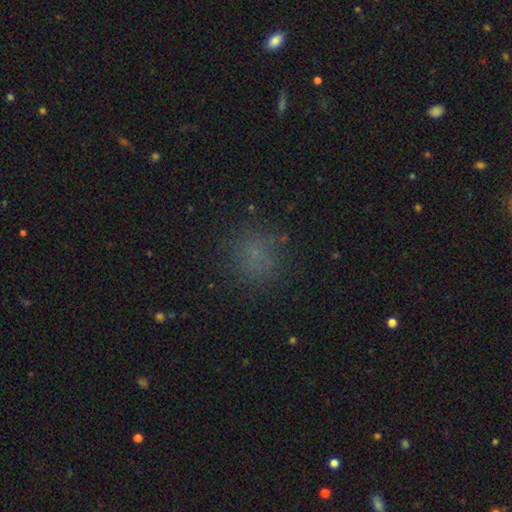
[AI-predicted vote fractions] smooth_or_featured: smooth (p=0.68) [alt: star or artifact p=0.24]
how_rounded: round (p=0.86) [alt: in between p=0.13]
merging: none (p=0.81) [alt: minor disturbance p=0.12]